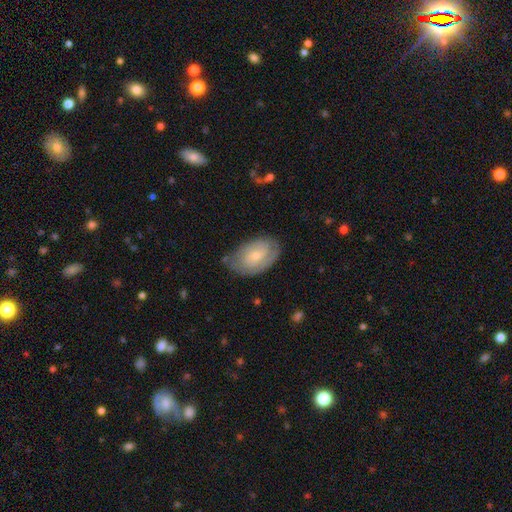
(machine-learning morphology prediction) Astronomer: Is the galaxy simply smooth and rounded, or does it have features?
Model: featured or disk — 57% (runner-up: smooth, 36%).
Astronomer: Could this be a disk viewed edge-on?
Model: no — 95%.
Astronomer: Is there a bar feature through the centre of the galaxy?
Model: no — 63%.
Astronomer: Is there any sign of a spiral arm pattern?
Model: yes — 80%.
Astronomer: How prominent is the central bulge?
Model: small — 65%.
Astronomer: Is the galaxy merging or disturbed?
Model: none — 68%.